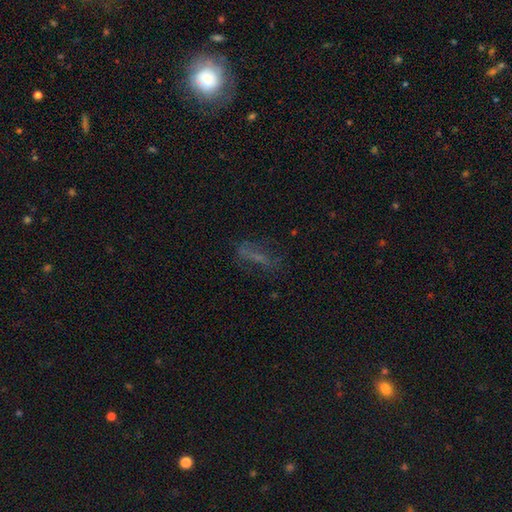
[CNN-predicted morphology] smooth_or_featured: smooth (p=0.40) [alt: featured or disk p=0.34]
merging: none (p=0.61) [alt: minor disturbance p=0.20]